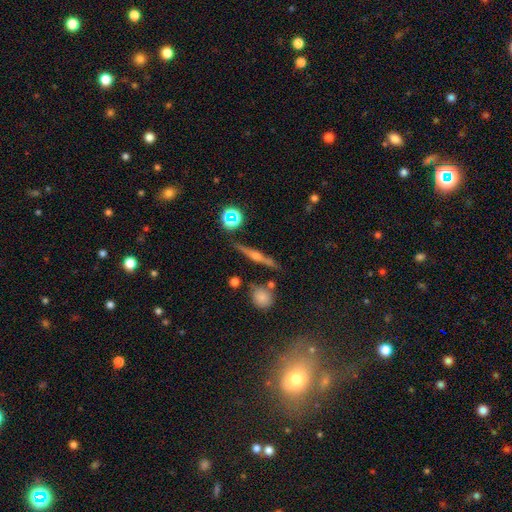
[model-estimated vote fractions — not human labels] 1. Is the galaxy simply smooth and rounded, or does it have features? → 72% featured or disk, 17% smooth, 11% star or artifact.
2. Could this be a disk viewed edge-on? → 97% yes, 3% no.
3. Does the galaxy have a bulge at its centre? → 86% rounded, 9% boxy, 6% none.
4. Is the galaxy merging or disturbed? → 85% none, 9% minor disturbance, 4% merger, 2% major disturbance.